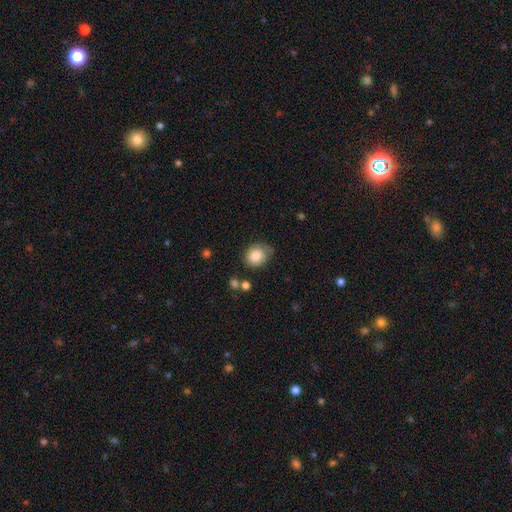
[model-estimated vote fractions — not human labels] Morphology: type=smooth (81%); roundness=round (54%); merging=none (64%).